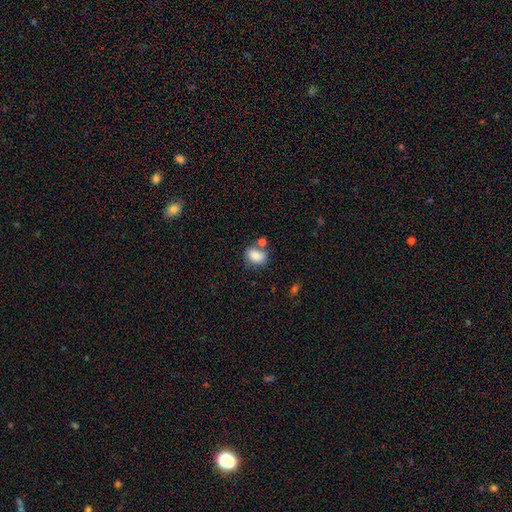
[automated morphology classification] Smooth or featured?
  - smooth: 83% *
  - featured or disk: 9%
  - star or artifact: 9%
How rounded?
  - in between: 70% *
  - round: 28%
  - cigar-shaped: 1%
Merging?
  - none: 58% *
  - merger: 22%
  - minor disturbance: 16%
  - major disturbance: 5%